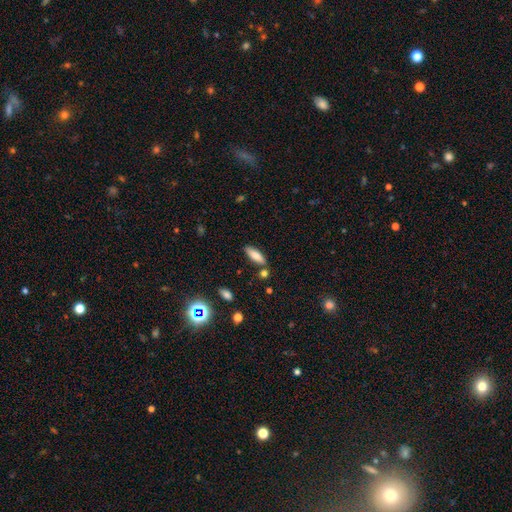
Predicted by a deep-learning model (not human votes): This is clearly a smooth galaxy (81%). How rounded: possibly in between (57%). Merging: likely none (79%).